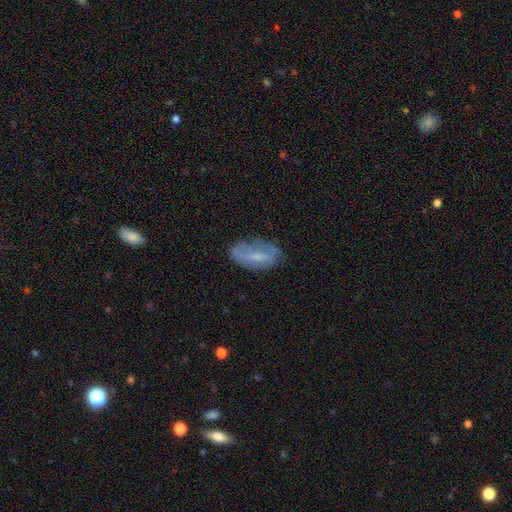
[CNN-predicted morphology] Q: Smooth or featured?
A: smooth (50%); runner-up: featured or disk (41%)
Q: How rounded?
A: in between (88%); runner-up: cigar-shaped (9%)
Q: Merging?
A: none (61%); runner-up: minor disturbance (26%)